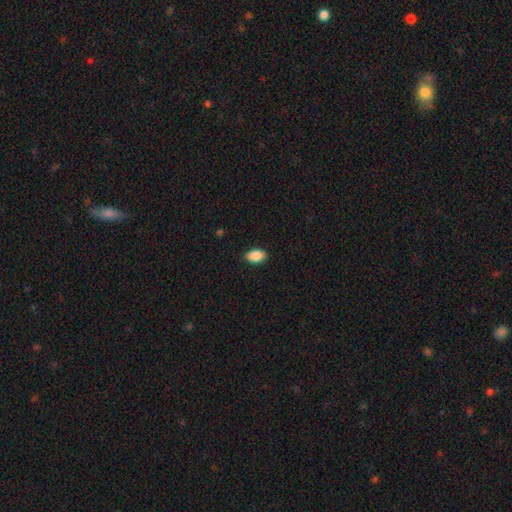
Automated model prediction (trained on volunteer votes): smooth_or_featured: smooth (p=0.88) [alt: star or artifact p=0.07]
how_rounded: in between (p=0.91) [alt: round p=0.08]
merging: none (p=0.89) [alt: minor disturbance p=0.08]